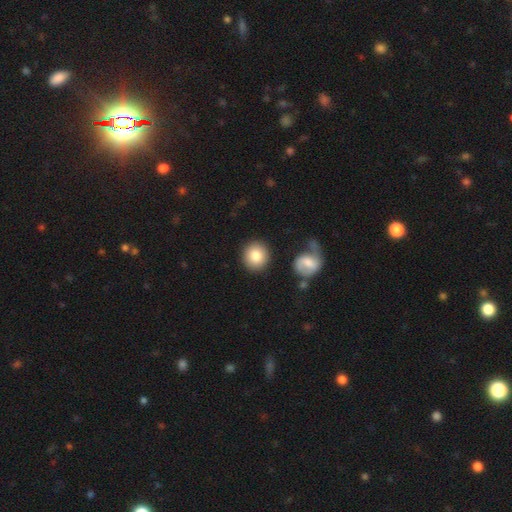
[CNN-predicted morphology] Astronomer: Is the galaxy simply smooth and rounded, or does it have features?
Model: smooth — 83%.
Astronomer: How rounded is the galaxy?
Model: round — 86%.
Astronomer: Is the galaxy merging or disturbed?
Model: none — 85%.